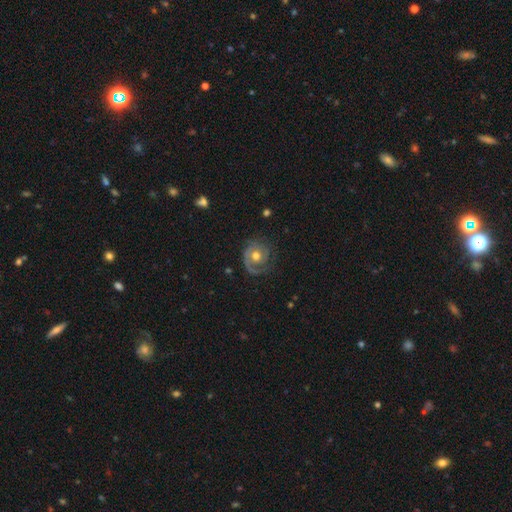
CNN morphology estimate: A featured or disk galaxy (80%) with no bar (74%), 1 (47%) tight (60%) spiral arms (93%) and a moderate central bulge (75%).

Vote fractions:
- Smooth or featured? featured or disk: 80% / smooth: 15% / star or artifact: 5%
- Edge-on disk? no: 97% / yes: 3%
- Bar? no: 74% / weak: 22% / strong: 4%
- Spiral arms? yes: 93% / no: 7%
- Spiral winding? tight: 60% / medium: 30% / loose: 10%
- Spiral arm count? 1: 47% / 2: 36% / can't tell: 9% / 3: 4% / 4: 2% / more than 4: 2%
- Bulge size? moderate: 75% / small: 13% / large: 11% / none: 1% / dominant: 1%
- Merging? none: 72% / minor disturbance: 17% / major disturbance: 10% / merger: 1%